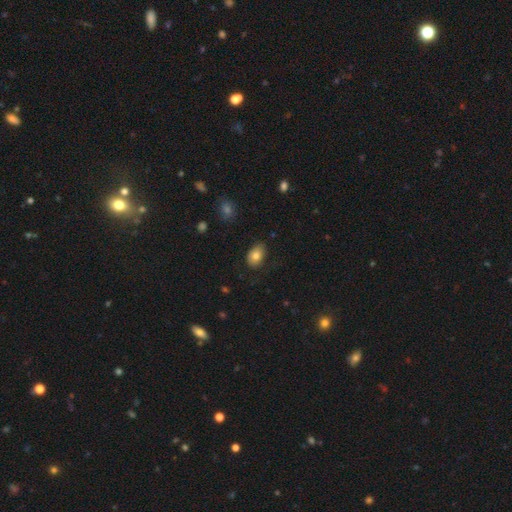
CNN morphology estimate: This is likely a smooth galaxy (80%). How rounded: clearly in between (88%). Merging: likely none (76%).